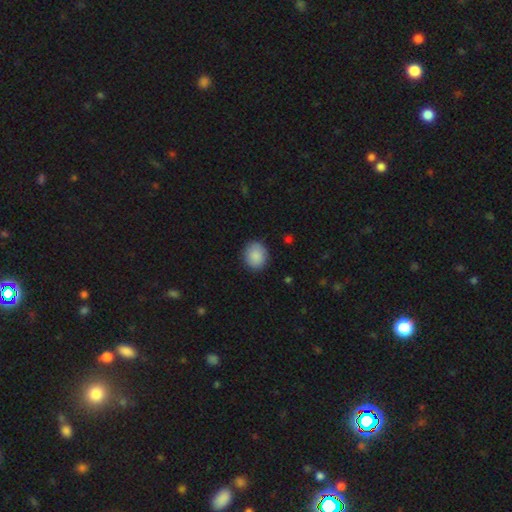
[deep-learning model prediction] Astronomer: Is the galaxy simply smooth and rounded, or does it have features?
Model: smooth — 89%.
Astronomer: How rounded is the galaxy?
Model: round — 71%.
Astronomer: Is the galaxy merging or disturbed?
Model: none — 87%.